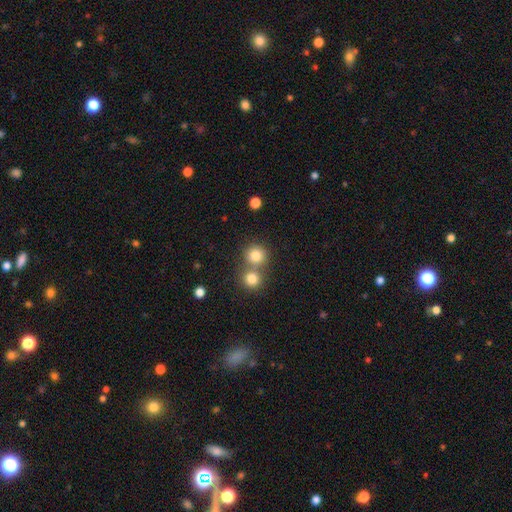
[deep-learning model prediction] The model was most divided on "merging": none: 54%, merger: 37%, minor disturbance: 6%, major disturbance: 2%. More confident: how rounded — round (89%); smooth or featured — smooth (80%).